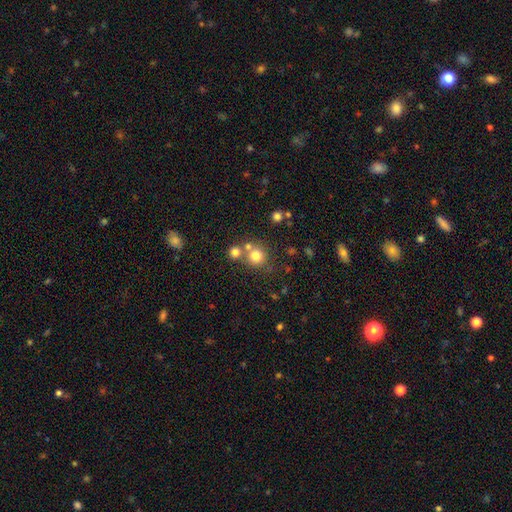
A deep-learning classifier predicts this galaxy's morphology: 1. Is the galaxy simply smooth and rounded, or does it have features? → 75% smooth, 14% star or artifact, 10% featured or disk.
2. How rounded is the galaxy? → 89% round, 10% in between, 1% cigar-shaped.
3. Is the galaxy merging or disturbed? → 59% none, 30% merger, 8% minor disturbance, 4% major disturbance.